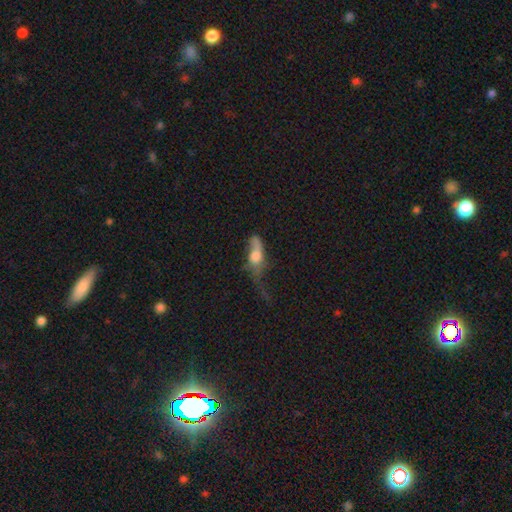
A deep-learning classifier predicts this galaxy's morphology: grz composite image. It shows a smooth galaxy with no disk features (53%) that is in between round and cigar-shaped (64%). Merging: major disturbance (52%).